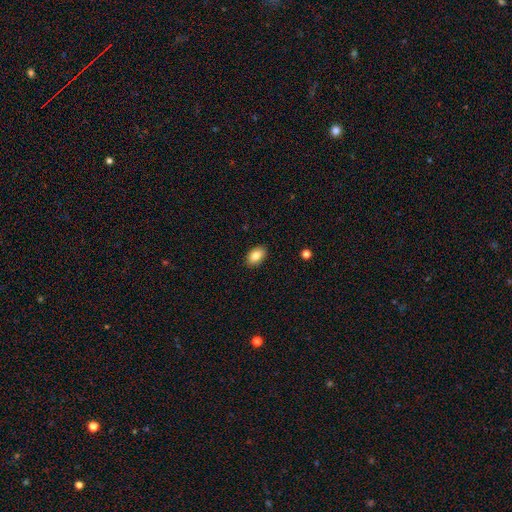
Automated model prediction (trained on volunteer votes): Q: Smooth or featured?
A: smooth (85%); runner-up: featured or disk (8%)
Q: How rounded?
A: in between (89%); runner-up: round (9%)
Q: Merging?
A: none (89%); runner-up: minor disturbance (8%)